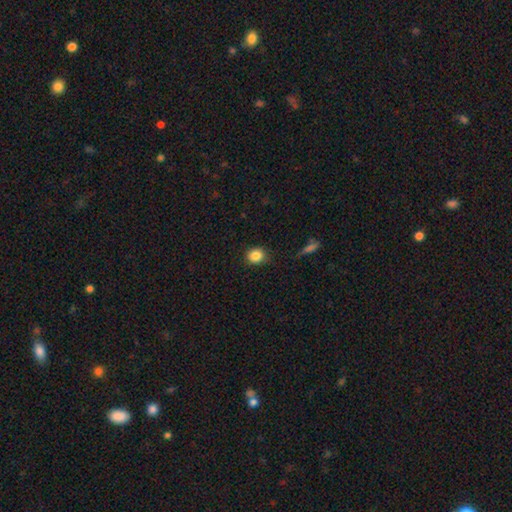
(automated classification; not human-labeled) smooth 85%, star or artifact 10%, featured or disk 5%. Down the decision tree: how rounded — round (82%); merging — none (86%).